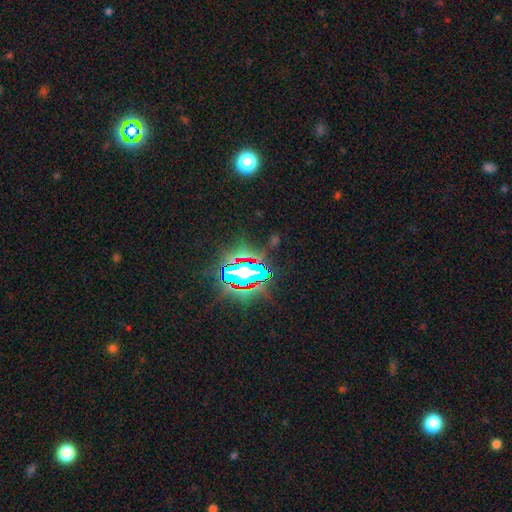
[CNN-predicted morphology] The model was most divided on "smooth or featured": star or artifact: 80%, smooth: 11%, featured or disk: 8%.